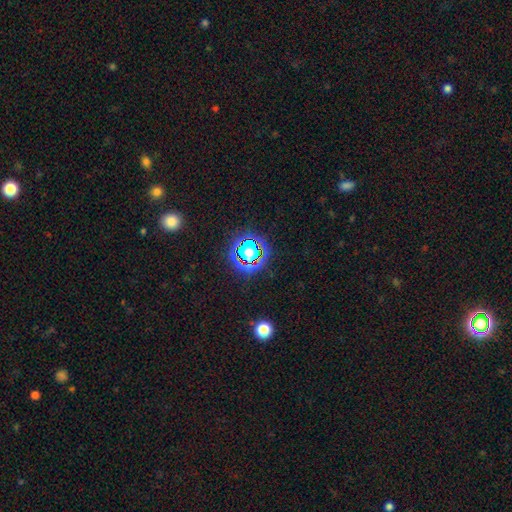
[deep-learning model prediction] A star or artifact, not a galaxy (76%).

Vote fractions:
- Smooth or featured? star or artifact: 76% / smooth: 17% / featured or disk: 8%